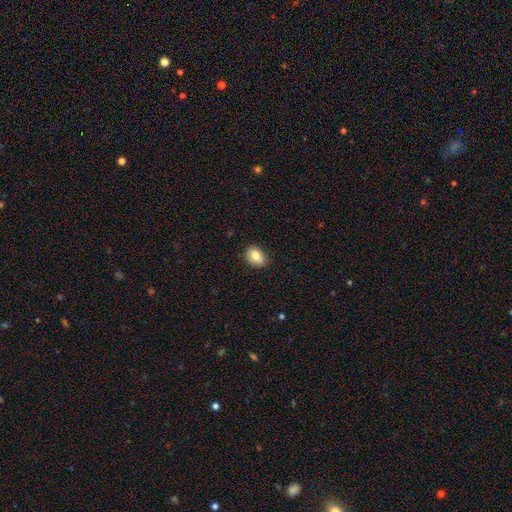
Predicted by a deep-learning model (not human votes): A smooth galaxy with no disk features (83%) that is in between round and cigar-shaped (71%). Merging: none (87%).